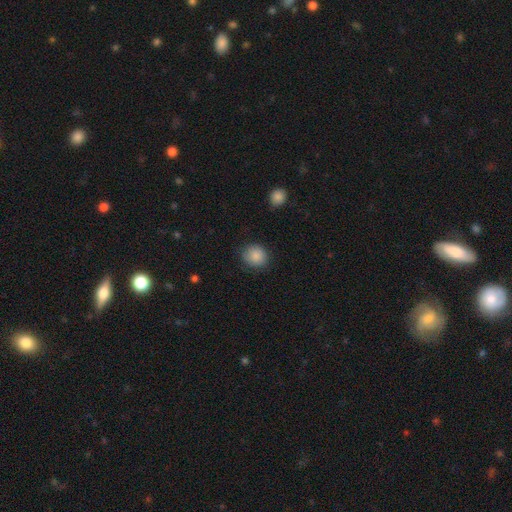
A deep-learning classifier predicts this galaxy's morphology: Smooth or featured?
  - smooth: 88% *
  - star or artifact: 8%
  - featured or disk: 4%
How rounded?
  - round: 85% *
  - in between: 14%
  - cigar-shaped: 1%
Merging?
  - none: 84% *
  - minor disturbance: 11%
  - major disturbance: 3%
  - merger: 1%